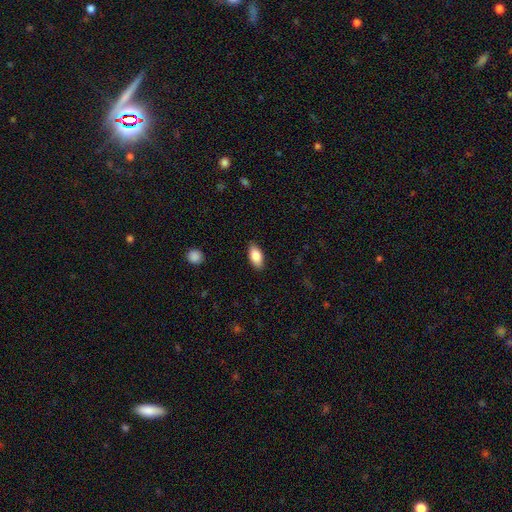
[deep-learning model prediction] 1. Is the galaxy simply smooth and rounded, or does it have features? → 85% smooth, 8% featured or disk, 7% star or artifact.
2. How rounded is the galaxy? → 92% in between, 6% cigar-shaped, 3% round.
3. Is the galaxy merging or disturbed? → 88% none, 9% minor disturbance, 2% major disturbance, 1% merger.